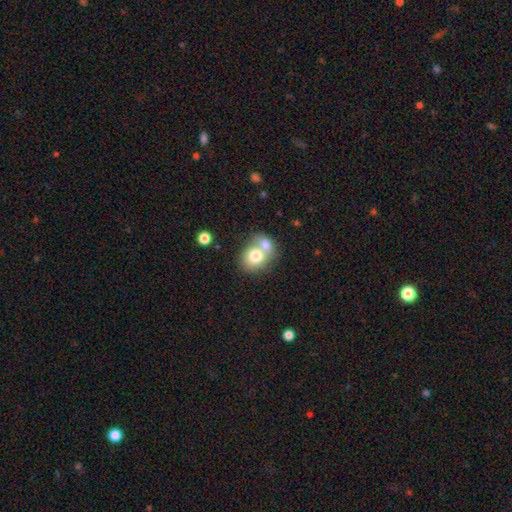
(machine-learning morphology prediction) The model was most divided on "how rounded": round: 61%, in between: 38%, cigar-shaped: 1%. More confident: smooth or featured — smooth (74%); merging — merger (61%).